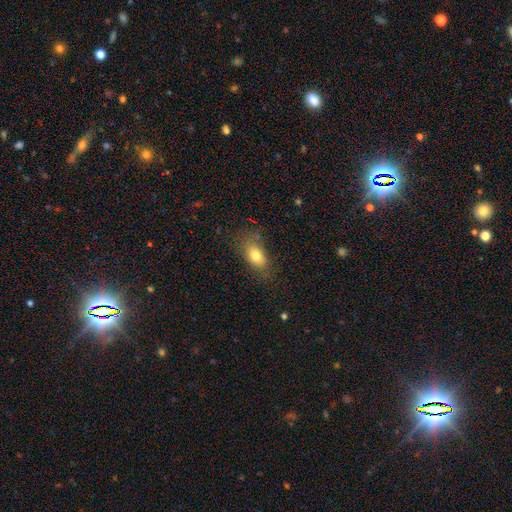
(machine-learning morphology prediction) A smooth galaxy with no disk features (79%) that is in between round and cigar-shaped (86%). Merging: none (72%).